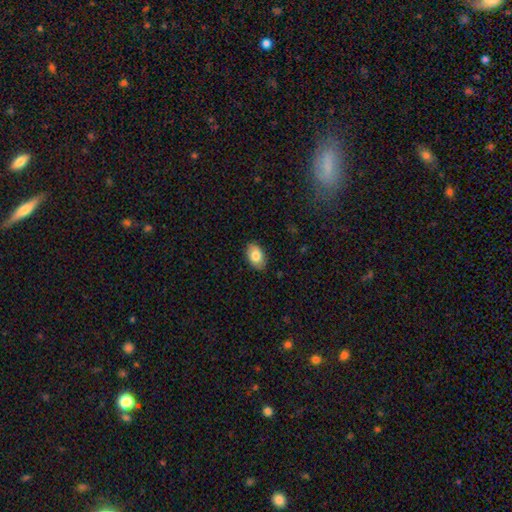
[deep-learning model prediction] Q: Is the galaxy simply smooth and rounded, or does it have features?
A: smooth — 82%.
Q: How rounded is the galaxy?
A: in between — 90%.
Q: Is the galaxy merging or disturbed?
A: none — 87%.